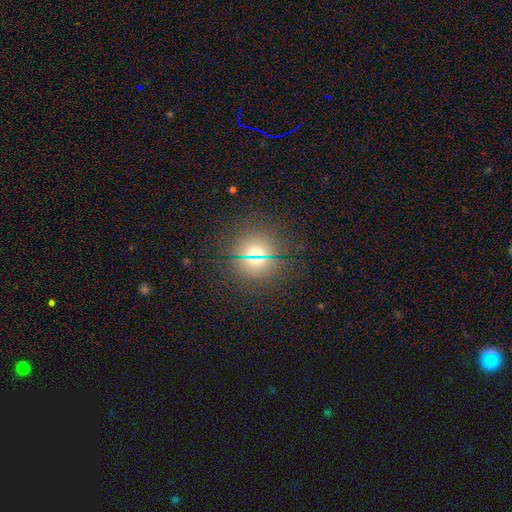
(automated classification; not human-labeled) The model was most divided on "smooth or featured": smooth: 49%, star or artifact: 40%, featured or disk: 11%. More confident: merging — none (84%).